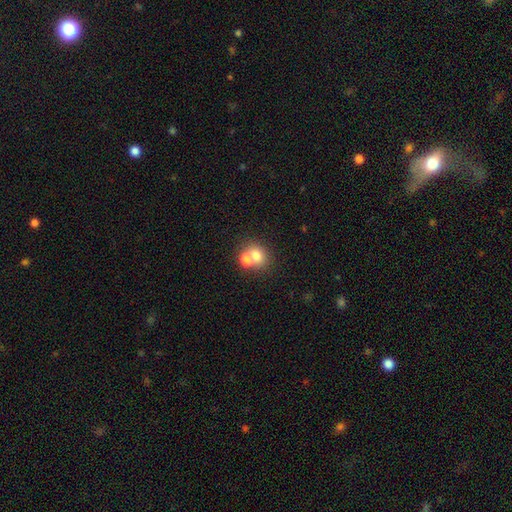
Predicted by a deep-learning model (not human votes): Smooth or featured? Predicted: smooth (p=0.71). How rounded? Predicted: round (p=0.71). Merging? Predicted: merger (p=0.51).